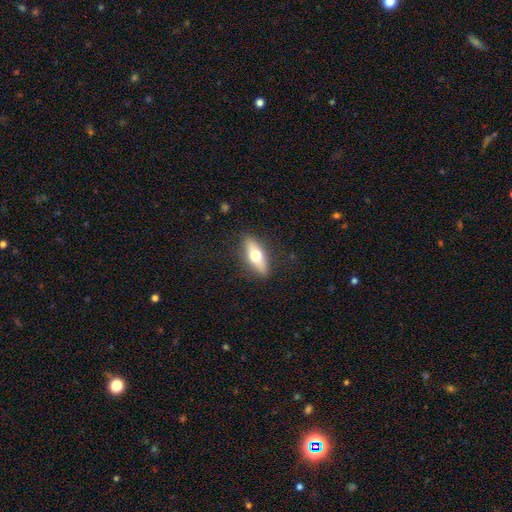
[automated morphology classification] A smooth galaxy with no disk features (54%) that is in between round and cigar-shaped (59%).

Vote fractions:
- Smooth or featured? smooth: 54% / featured or disk: 40% / star or artifact: 7%
- How rounded? in between: 59% / cigar-shaped: 37% / round: 4%
- Merging? none: 87% / minor disturbance: 9% / major disturbance: 2% / merger: 1%